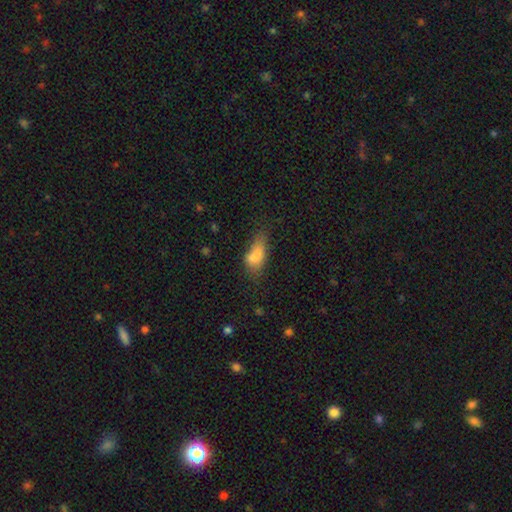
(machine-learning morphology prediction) A smooth galaxy with no disk features (76%) that is in between round and cigar-shaped (83%).

Vote fractions:
- Smooth or featured? smooth: 76% / featured or disk: 13% / star or artifact: 11%
- How rounded? in between: 83% / cigar-shaped: 12% / round: 5%
- Merging? minor disturbance: 34% / major disturbance: 31% / none: 28% / merger: 7%